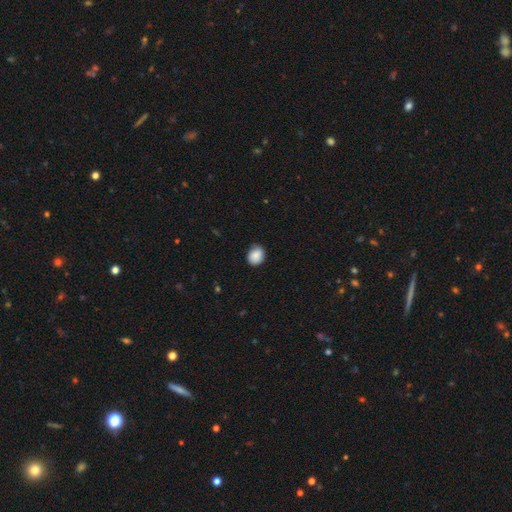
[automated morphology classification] smooth 86%, star or artifact 8%, featured or disk 7%. Down the decision tree: how rounded — round (66%); merging — none (79%).